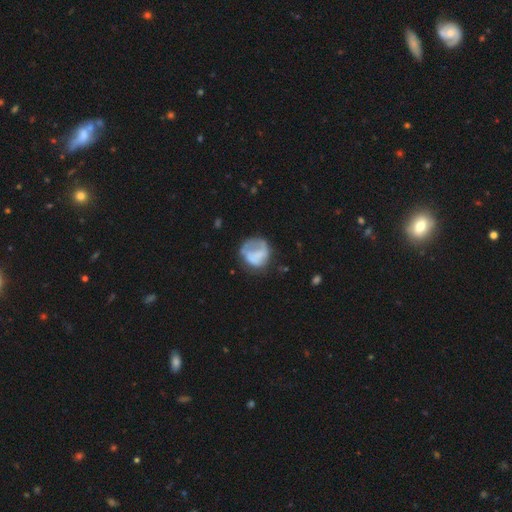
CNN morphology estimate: Overall: smooth (58%; featured or disk 33%). How rounded: round (79%). Merging: none (41%; major disturbance 29%).